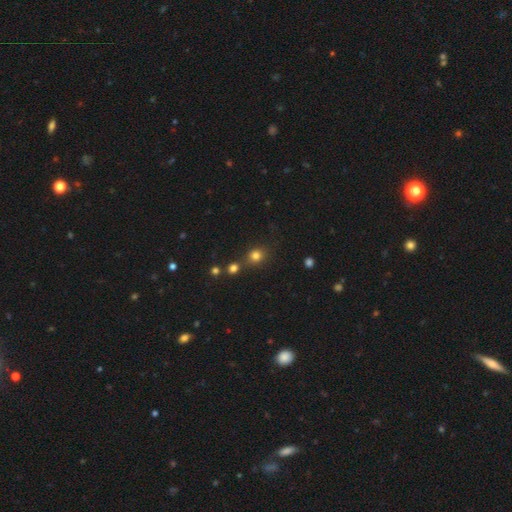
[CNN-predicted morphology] Smooth or featured? smooth (78%)
How rounded? round (79%)
Merging? none (67%)